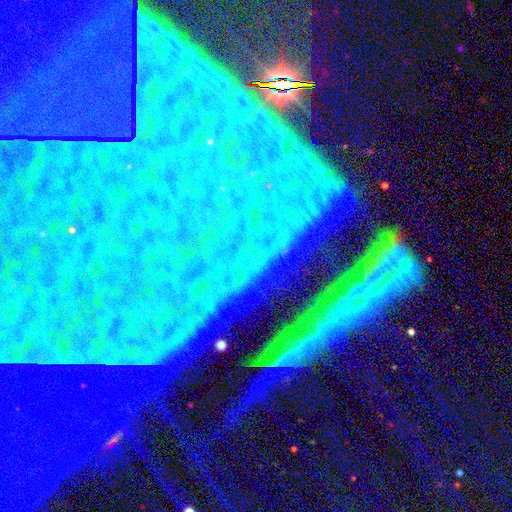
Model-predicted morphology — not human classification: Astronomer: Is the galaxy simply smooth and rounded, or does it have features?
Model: star or artifact — 84%.